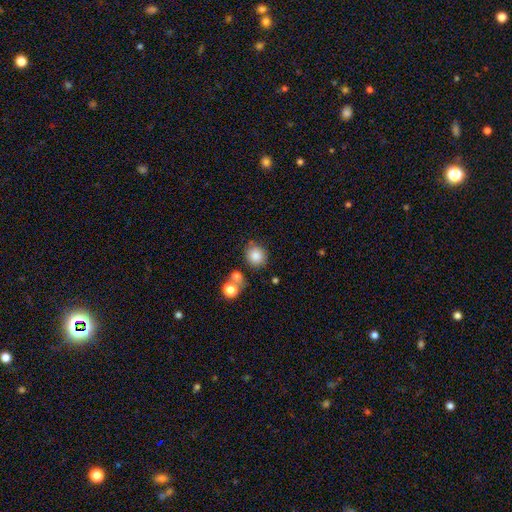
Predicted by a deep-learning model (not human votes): Morphology: type=smooth (84%); roundness=round (86%); merging=none (76%).